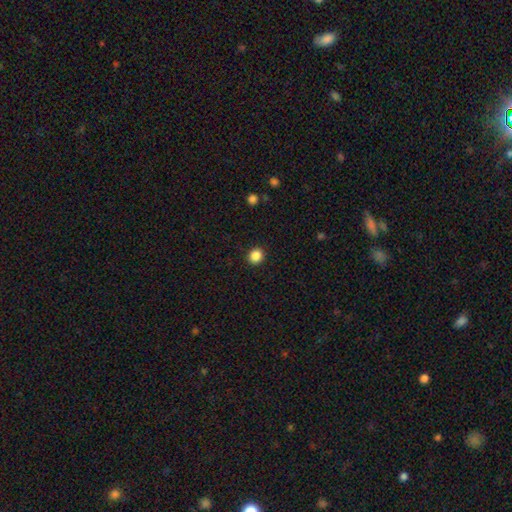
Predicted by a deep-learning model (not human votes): Morphology: type=smooth (86%); roundness=round (86%); merging=none (92%).